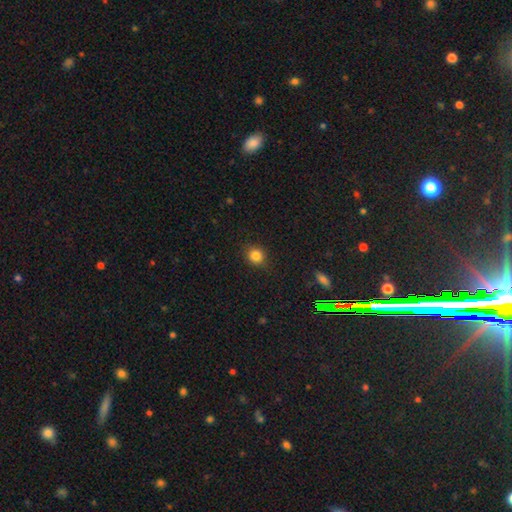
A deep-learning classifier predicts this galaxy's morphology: Smooth or featured?
  - smooth: 84% *
  - star or artifact: 11%
  - featured or disk: 5%
How rounded?
  - round: 80% *
  - in between: 19%
  - cigar-shaped: 1%
Merging?
  - none: 87% *
  - minor disturbance: 10%
  - major disturbance: 2%
  - merger: 1%